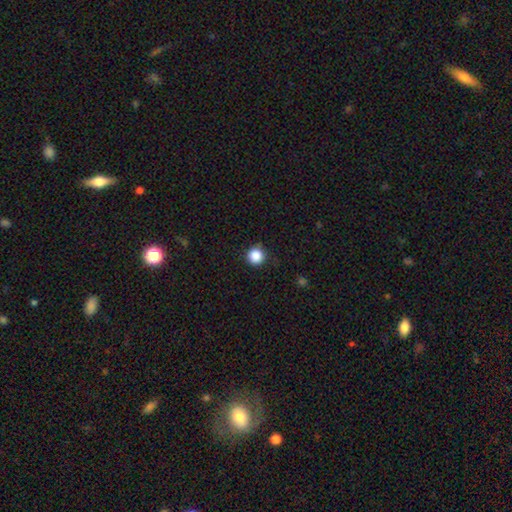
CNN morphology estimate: Smooth or featured? smooth (87%)
How rounded? round (95%)
Merging? none (88%)